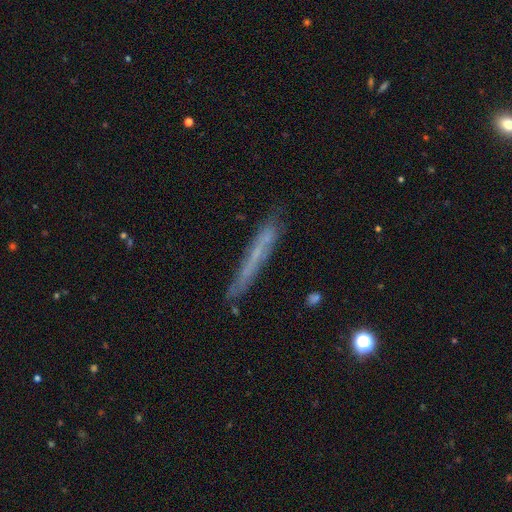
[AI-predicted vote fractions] A smooth galaxy with no disk features (47%).

Vote fractions:
- Smooth or featured? smooth: 47% / featured or disk: 43% / star or artifact: 10%
- Merging? none: 75% / minor disturbance: 18% / major disturbance: 4% / merger: 3%